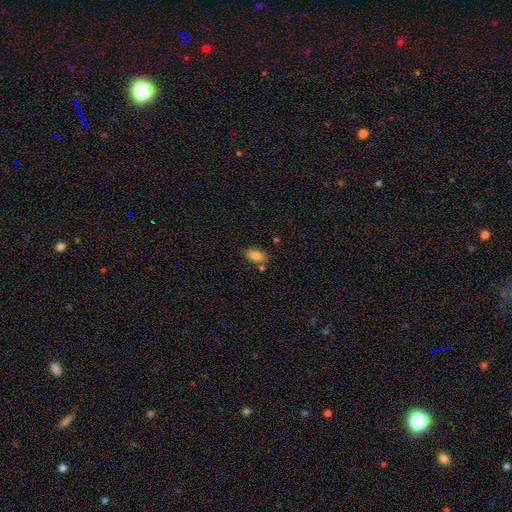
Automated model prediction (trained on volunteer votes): This is clearly a smooth galaxy (83%). How rounded: clearly in between (91%). Merging: likely none (75%).